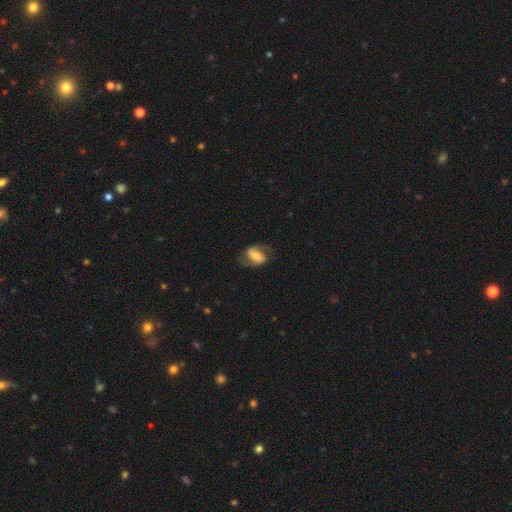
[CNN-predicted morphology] featured or disk 67%, smooth 26%, star or artifact 7%. Down the decision tree: edge-on disk — no (96%); bar — strong (48%); spiral arms — yes (90%); spiral arm count — 2 (90%); spiral winding — medium (48%); bulge size — moderate (32%); merging — none (73%).